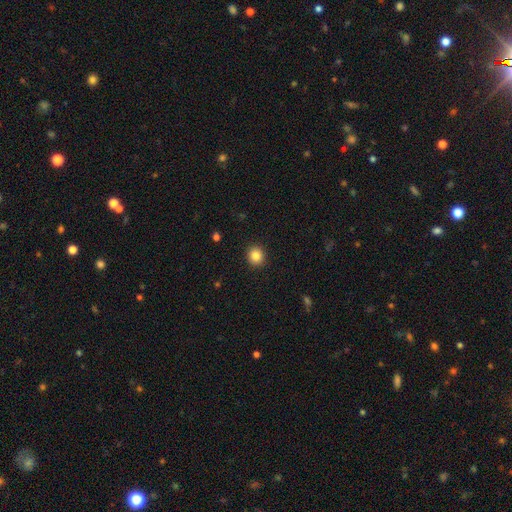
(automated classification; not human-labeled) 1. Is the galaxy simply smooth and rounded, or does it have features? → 85% smooth, 10% star or artifact, 5% featured or disk.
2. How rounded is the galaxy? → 88% round, 11% in between, 1% cigar-shaped.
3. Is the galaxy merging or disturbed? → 92% none, 5% minor disturbance, 2% major disturbance, 1% merger.